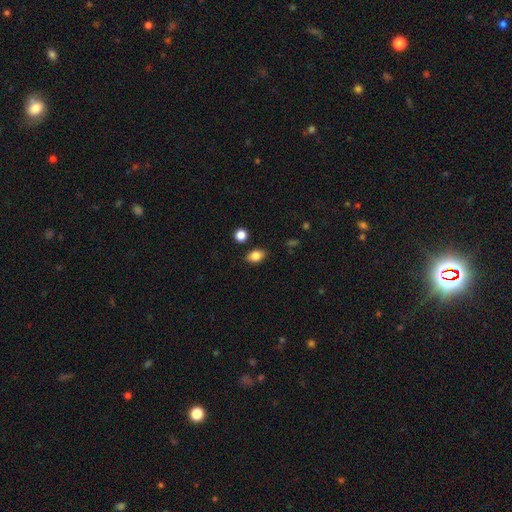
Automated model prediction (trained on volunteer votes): Smooth or featured: smooth — 84% (star or artifact — 9%)
How rounded: in between — 78% (round — 20%)
Merging: none — 83% (minor disturbance — 11%)